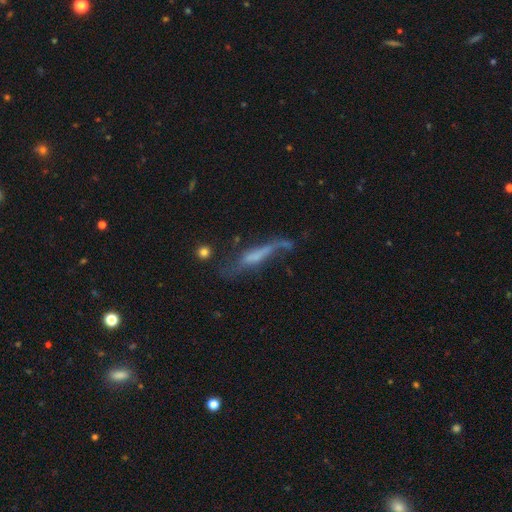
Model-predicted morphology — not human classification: The model was most divided on "merging": none: 37%, major disturbance: 28%, minor disturbance: 26%, merger: 10%. More confident: edge-on disk — yes (62%); smooth or featured — featured or disk (52%).